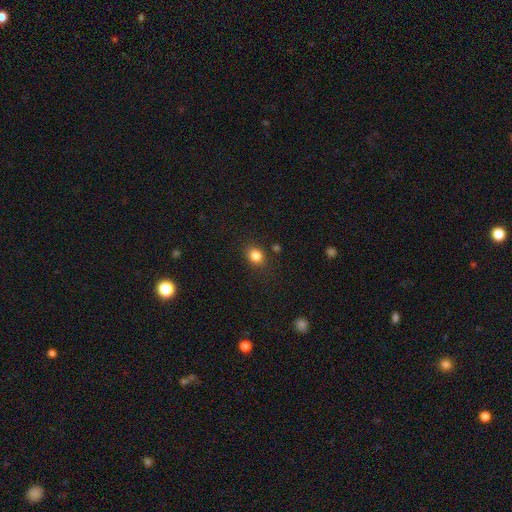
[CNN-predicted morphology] Smooth or featured? Predicted: smooth (p=0.84). How rounded? Predicted: round (p=0.59). Merging? Predicted: none (p=0.84).